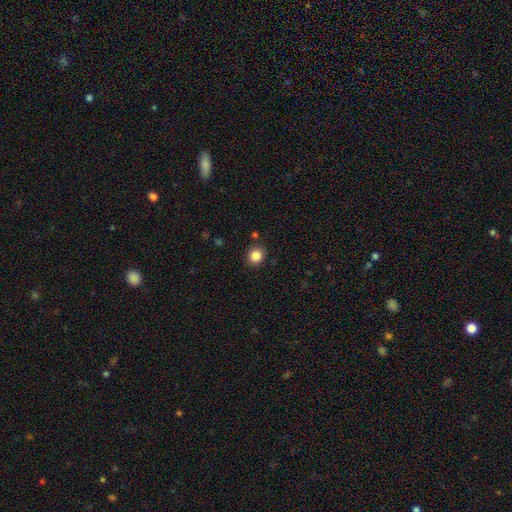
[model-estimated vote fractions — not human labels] This is clearly a smooth galaxy (85%). How rounded: likely round (78%). Merging: clearly none (88%).